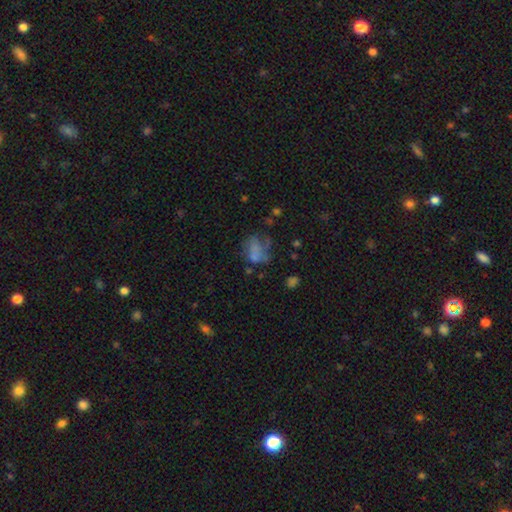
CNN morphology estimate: Smooth or featured? Predicted: smooth (p=0.53). How rounded? Predicted: in between (p=0.68). Merging? Predicted: none (p=0.37).